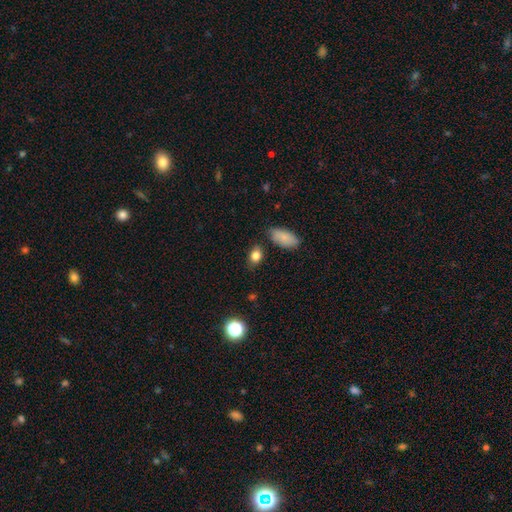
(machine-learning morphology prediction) Q: Smooth or featured?
A: smooth (84%); runner-up: star or artifact (10%)
Q: How rounded?
A: in between (72%); runner-up: round (26%)
Q: Merging?
A: none (79%); runner-up: minor disturbance (14%)